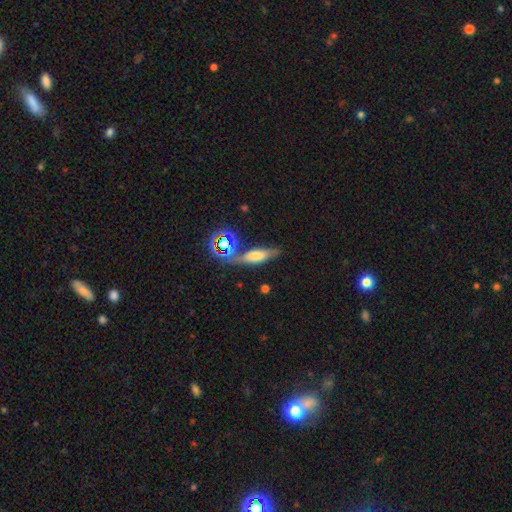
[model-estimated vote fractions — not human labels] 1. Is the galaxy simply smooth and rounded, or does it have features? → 52% smooth, 29% featured or disk, 18% star or artifact.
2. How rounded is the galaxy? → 50% cigar-shaped, 42% in between, 8% round.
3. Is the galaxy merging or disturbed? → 64% none, 16% minor disturbance, 13% merger, 6% major disturbance.